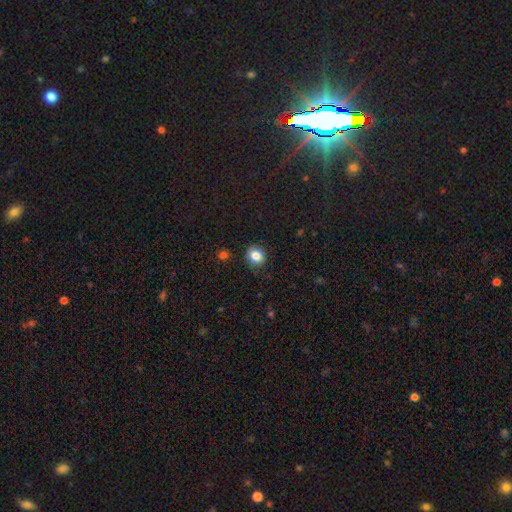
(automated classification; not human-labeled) Morphology: type=smooth (83%); roundness=round (66%); merging=none (86%).